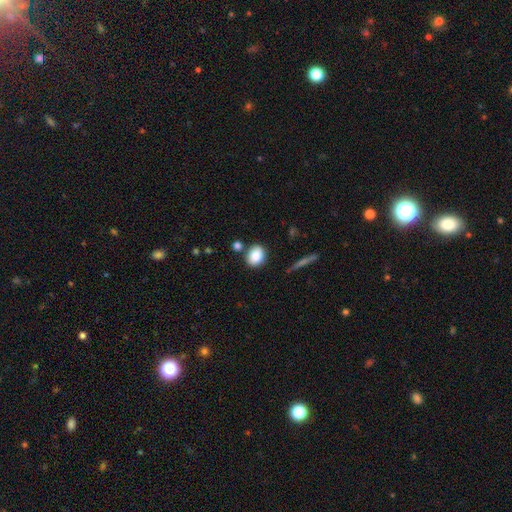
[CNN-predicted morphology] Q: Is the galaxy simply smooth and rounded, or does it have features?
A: smooth — 86%.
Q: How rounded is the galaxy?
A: in between — 54%.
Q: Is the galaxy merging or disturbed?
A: none — 76%.